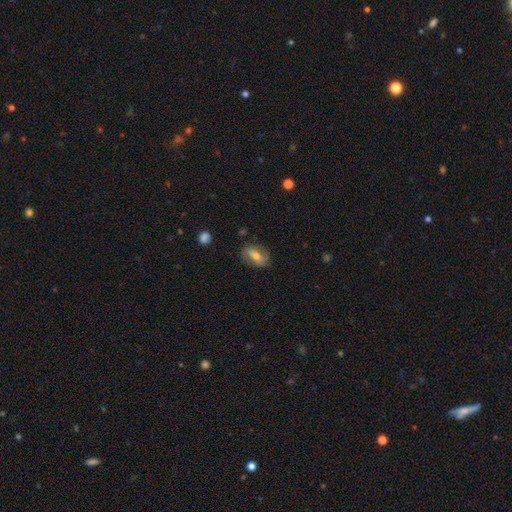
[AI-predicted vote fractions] Morphology: type=smooth (53%); roundness=in between (81%); merging=none (76%).